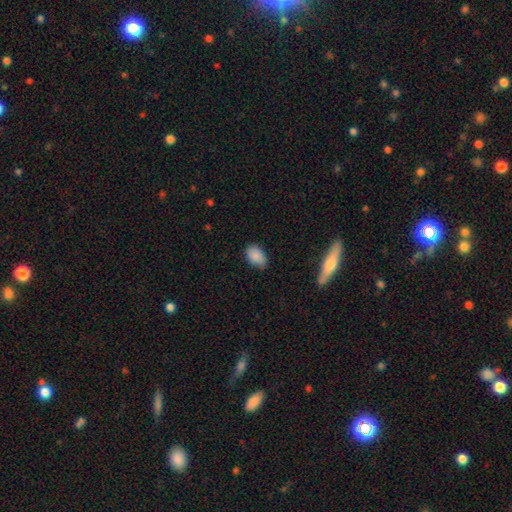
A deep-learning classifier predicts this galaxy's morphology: smooth-or-featured: smooth: 87% | star or artifact: 8% | featured or disk: 5%
  how-rounded: in between: 88% | round: 10% | cigar-shaped: 2%
  merging: none: 75% | minor disturbance: 20% | major disturbance: 3% | merger: 1%